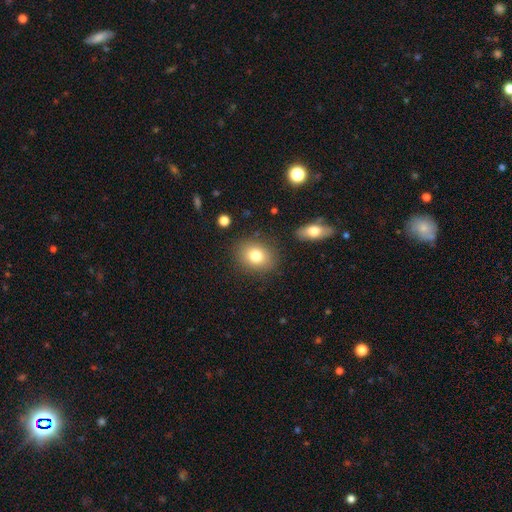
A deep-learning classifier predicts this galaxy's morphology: Smooth or featured? Predicted: smooth (p=0.79). How rounded? Predicted: round (p=0.51). Merging? Predicted: none (p=0.85).